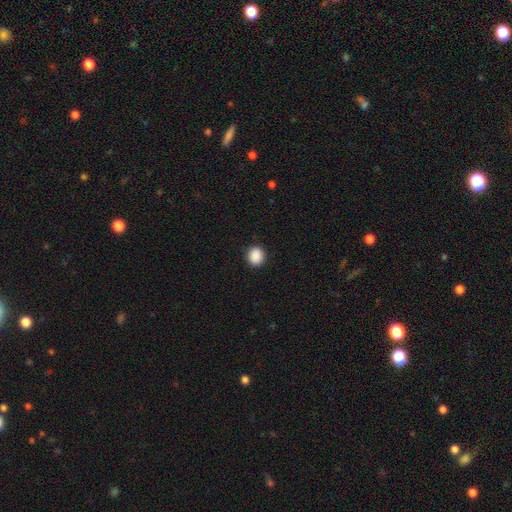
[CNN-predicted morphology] A smooth galaxy with no disk features (89%) that is round (79%).

Vote fractions:
- Smooth or featured? smooth: 89% / star or artifact: 8% / featured or disk: 2%
- How rounded? round: 79% / in between: 20% / cigar-shaped: 1%
- Merging? none: 91% / minor disturbance: 6% / major disturbance: 2% / merger: 1%